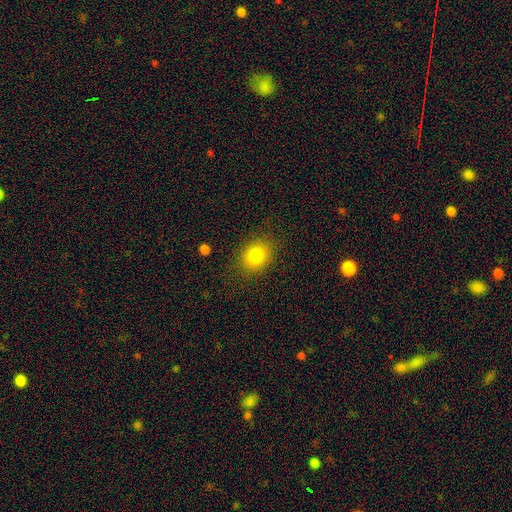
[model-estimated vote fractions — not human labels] Smooth or featured? smooth (82%)
How rounded? round (58%)
Merging? none (84%)